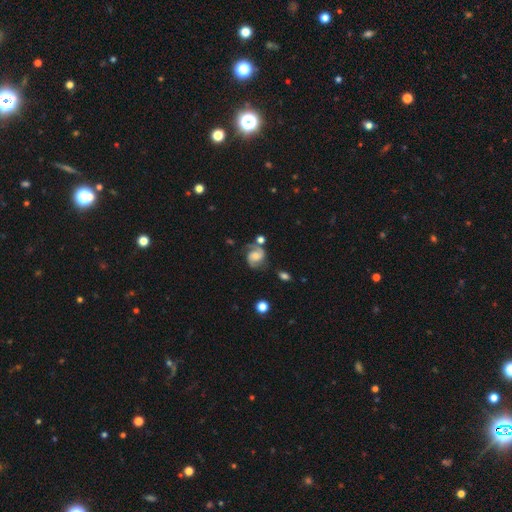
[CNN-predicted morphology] featured or disk 82%, smooth 11%, star or artifact 7%. Down the decision tree: edge-on disk — no (98%); bar — no (49%); spiral arms — yes (97%); spiral arm count — 2 (91%); spiral winding — medium (54%); bulge size — moderate (35%); merging — none (66%).